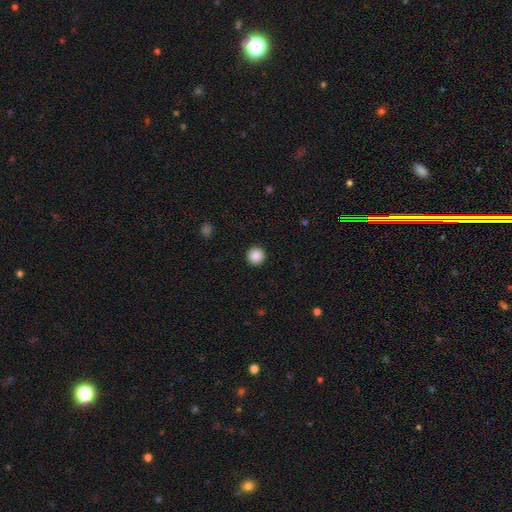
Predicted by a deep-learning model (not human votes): Q: Smooth or featured?
A: smooth (88%); runner-up: star or artifact (9%)
Q: How rounded?
A: round (96%); runner-up: in between (3%)
Q: Merging?
A: none (93%); runner-up: minor disturbance (4%)